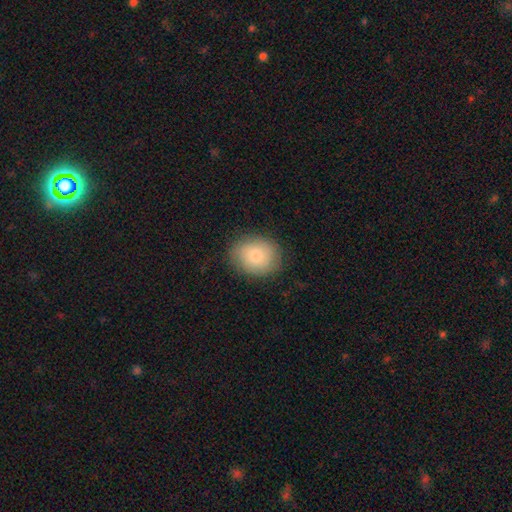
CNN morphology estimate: Smooth or featured? Predicted: smooth (p=0.79). How rounded? Predicted: round (p=0.56). Merging? Predicted: none (p=0.84).